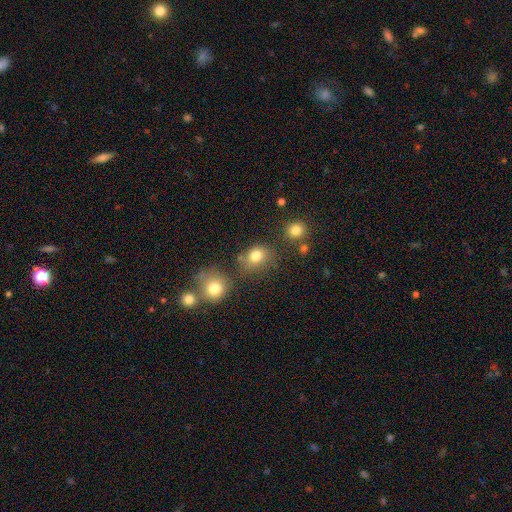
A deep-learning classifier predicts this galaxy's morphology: This is likely a smooth galaxy (79%). How rounded: possibly round (60%). Merging: likely none (68%).